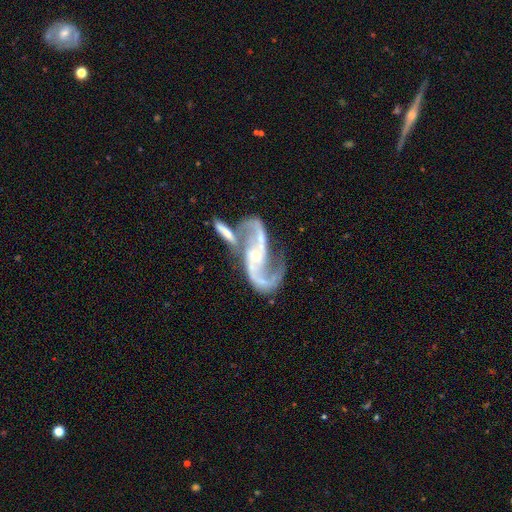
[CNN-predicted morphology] The model was most divided on "spiral winding": loose: 52%, medium: 39%, tight: 9%. Remaining: spiral arms — yes (97%); edge-on disk — no (97%); smooth or featured — featured or disk (91%); spiral arm count — 2 (91%); bulge size — small (60%); bar — no (45%); merging — merger (42%).